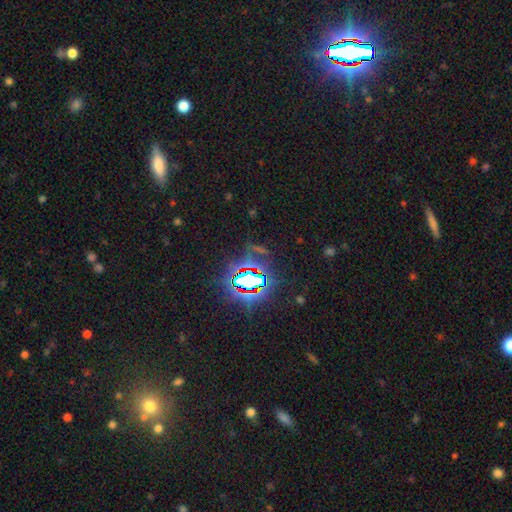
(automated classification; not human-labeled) star or artifact 81%, smooth 11%, featured or disk 8%.